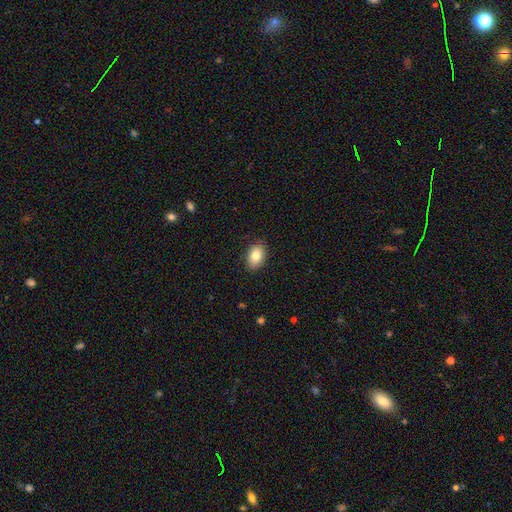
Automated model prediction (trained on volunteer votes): smooth 84%, featured or disk 9%, star or artifact 8%. Down the decision tree: how rounded — in between (87%); merging — none (87%).